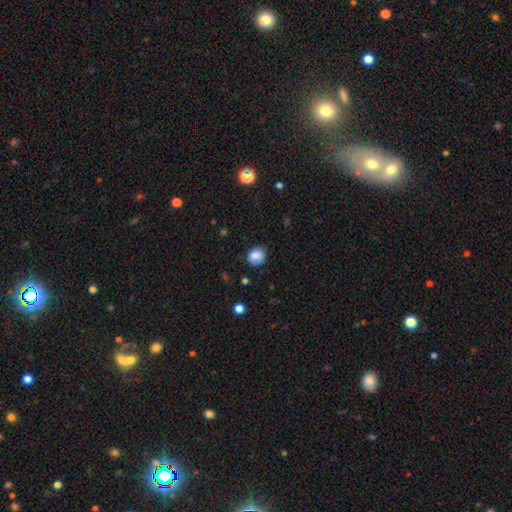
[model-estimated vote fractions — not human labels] Smooth or featured: smooth — 85% (star or artifact — 9%)
How rounded: round — 72% (in between — 27%)
Merging: none — 80% (minor disturbance — 15%)